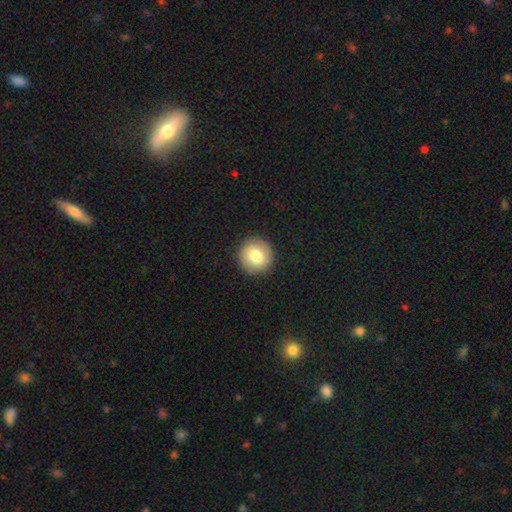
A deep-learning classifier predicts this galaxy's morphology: Smooth or featured? smooth (80%)
How rounded? round (95%)
Merging? none (92%)